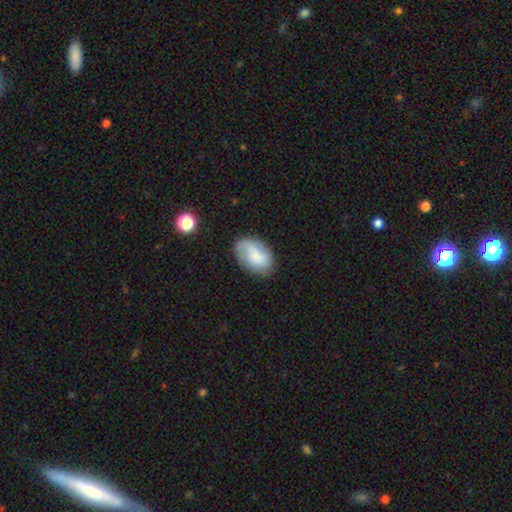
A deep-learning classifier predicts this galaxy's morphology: Overall: smooth (61%; featured or disk 31%). How rounded: in between (88%). Merging: none (65%).